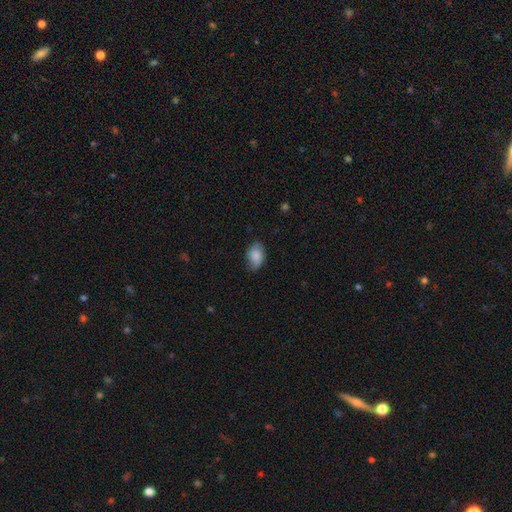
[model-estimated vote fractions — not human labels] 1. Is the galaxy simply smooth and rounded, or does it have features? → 80% smooth, 12% featured or disk, 7% star or artifact.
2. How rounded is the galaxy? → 85% in between, 14% round, 1% cigar-shaped.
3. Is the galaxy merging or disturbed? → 64% none, 29% minor disturbance, 6% major disturbance, 1% merger.